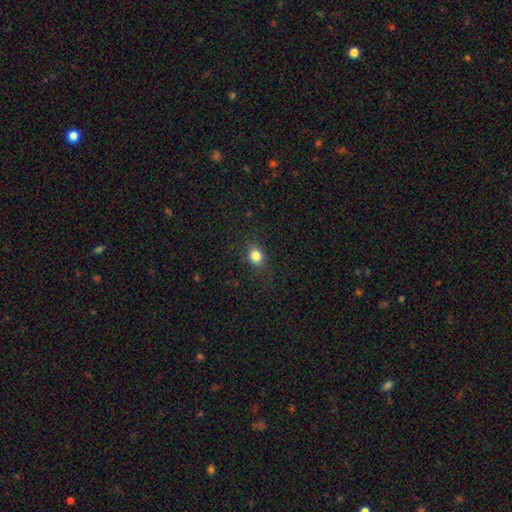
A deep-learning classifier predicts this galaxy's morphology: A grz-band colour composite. It shows a smooth galaxy with no disk features (83%) that is round (66%). Merging: none (83%).